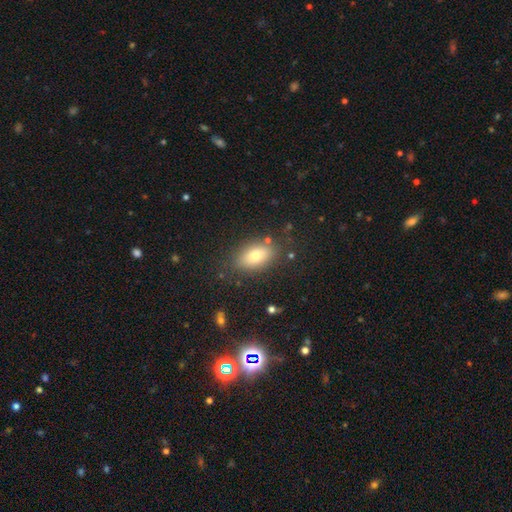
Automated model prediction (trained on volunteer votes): Smooth or featured?
  - smooth: 76% *
  - featured or disk: 15%
  - star or artifact: 9%
How rounded?
  - in between: 88% *
  - round: 9%
  - cigar-shaped: 4%
Merging?
  - none: 82% *
  - minor disturbance: 12%
  - major disturbance: 4%
  - merger: 3%